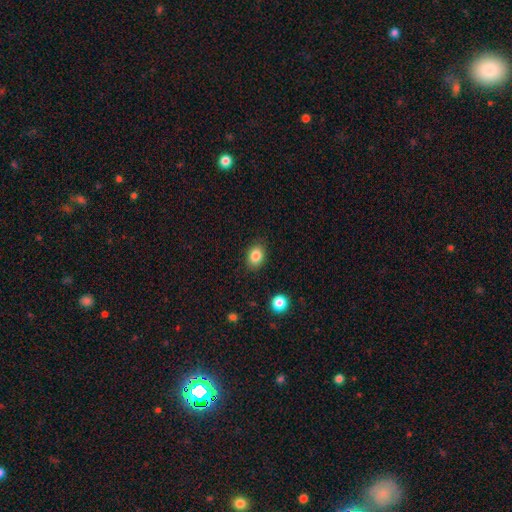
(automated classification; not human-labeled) smooth_or_featured: smooth (p=0.85) [alt: star or artifact p=0.09]
how_rounded: in between (p=0.70) [alt: round p=0.29]
merging: none (p=0.85) [alt: minor disturbance p=0.11]